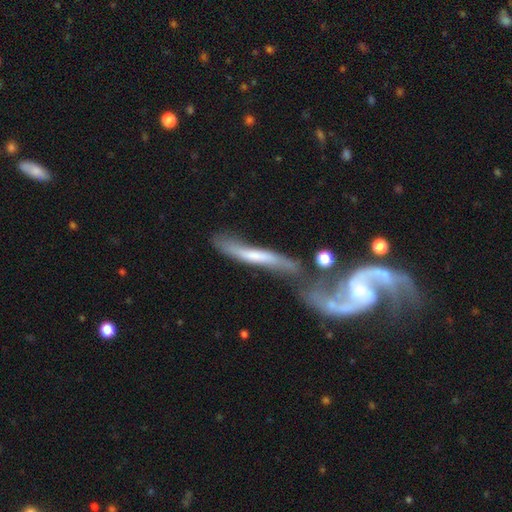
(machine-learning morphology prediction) Overall: featured or disk (50%; smooth 44%). Merging: merger (33%; none 31%).